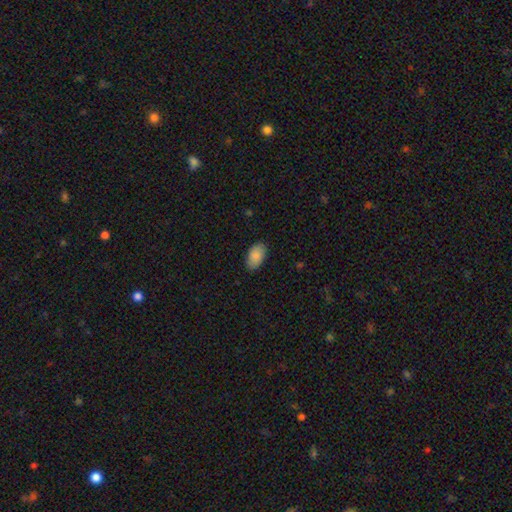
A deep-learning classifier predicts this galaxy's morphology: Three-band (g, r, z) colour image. It shows a smooth galaxy with no disk features (88%) that is in between round and cigar-shaped (94%). Merging: none (83%).